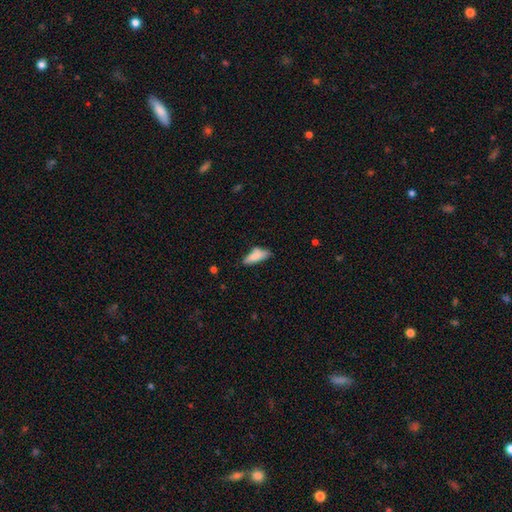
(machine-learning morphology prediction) Smooth or featured? smooth (76%)
How rounded? in between (62%)
Merging? none (56%)